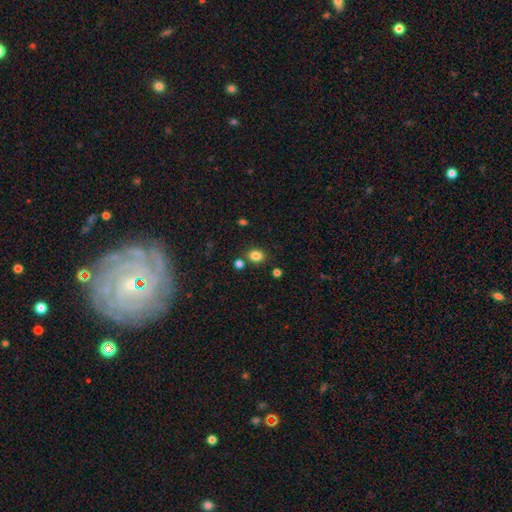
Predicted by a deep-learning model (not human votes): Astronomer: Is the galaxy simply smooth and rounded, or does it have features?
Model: smooth — 83%.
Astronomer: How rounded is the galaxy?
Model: in between — 50% (runner-up: round, 49%).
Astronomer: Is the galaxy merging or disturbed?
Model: none — 79%.